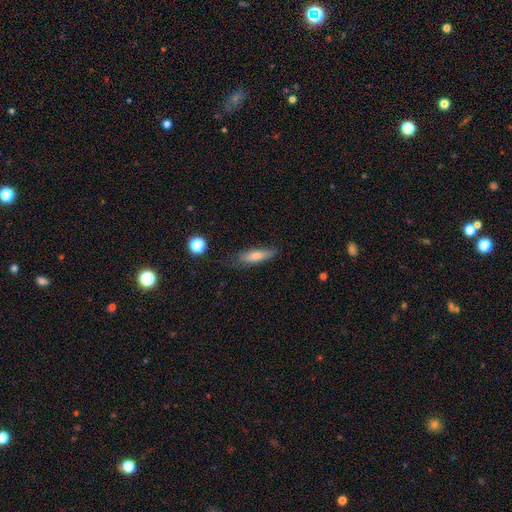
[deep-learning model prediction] smooth_or_featured: smooth (p=0.67) [alt: featured or disk p=0.25]
how_rounded: cigar-shaped (p=0.62) [alt: in between p=0.35]
merging: none (p=0.71) [alt: minor disturbance p=0.22]